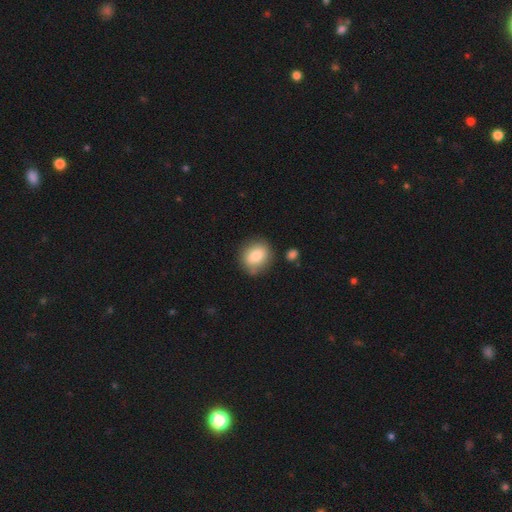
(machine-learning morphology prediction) Smooth or featured: smooth — 81% (featured or disk — 11%)
How rounded: round — 69% (in between — 30%)
Merging: none — 77% (minor disturbance — 14%)